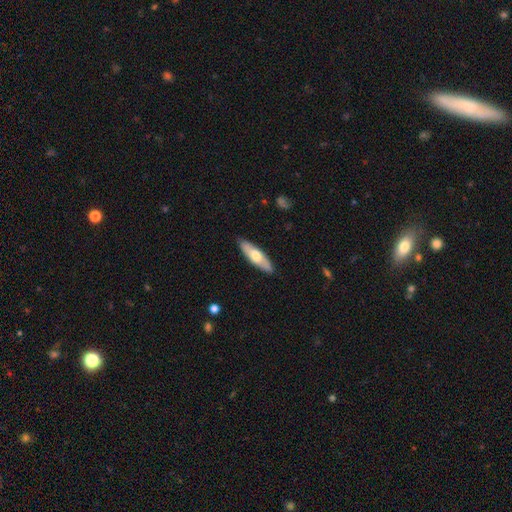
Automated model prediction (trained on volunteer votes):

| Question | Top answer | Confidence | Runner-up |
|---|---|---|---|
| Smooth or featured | smooth | 55% | featured or disk (40%) |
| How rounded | cigar-shaped | 58% | in between (40%) |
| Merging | none | 87% | minor disturbance (10%) |